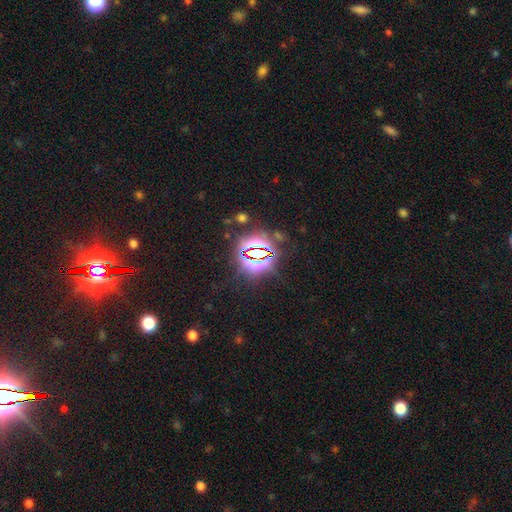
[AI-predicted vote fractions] star or artifact 83%, smooth 9%, featured or disk 7%.